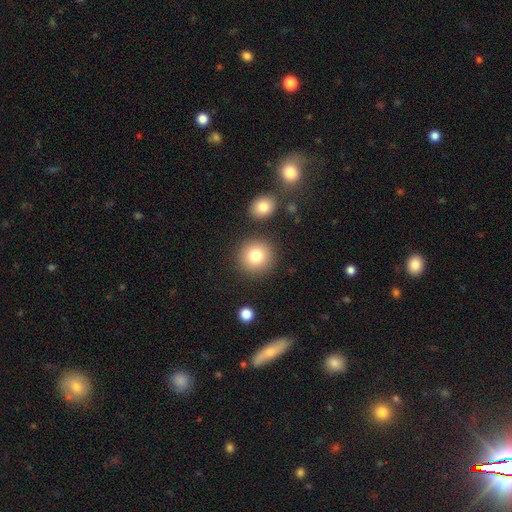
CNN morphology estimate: Smooth or featured?
  - smooth: 79% *
  - star or artifact: 11%
  - featured or disk: 10%
How rounded?
  - round: 92% *
  - in between: 7%
  - cigar-shaped: 1%
Merging?
  - none: 84% *
  - minor disturbance: 7%
  - merger: 6%
  - major disturbance: 3%